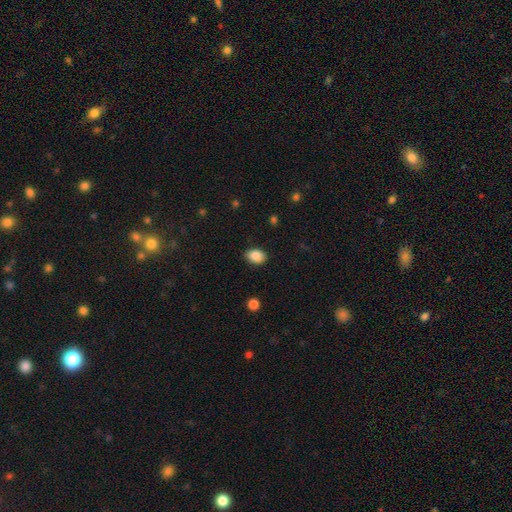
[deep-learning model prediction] smooth_or_featured: smooth (p=0.88) [alt: star or artifact p=0.08]
how_rounded: in between (p=0.75) [alt: round p=0.24]
merging: none (p=0.83) [alt: minor disturbance p=0.13]